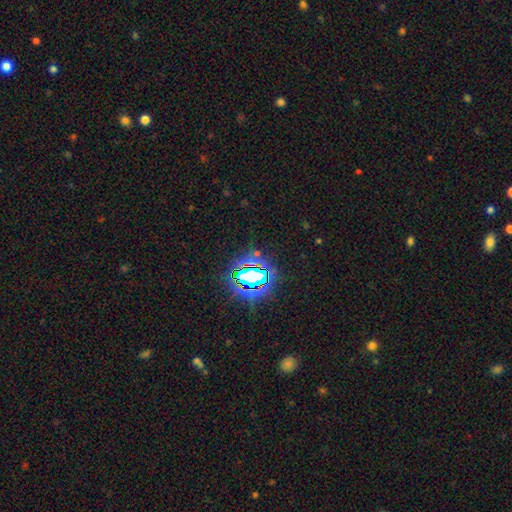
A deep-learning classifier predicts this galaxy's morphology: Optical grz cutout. It shows a star or artifact, not a galaxy (77%).